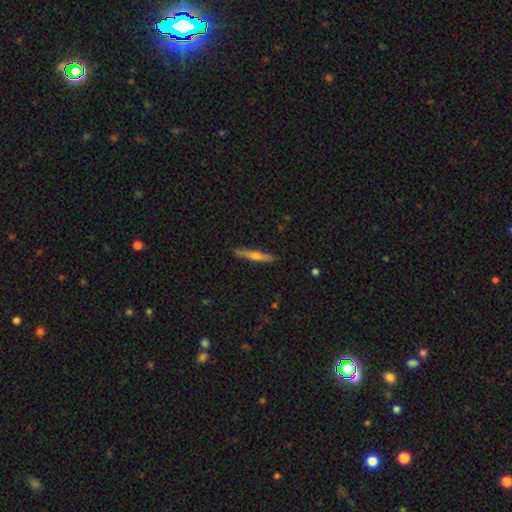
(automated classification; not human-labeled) Overall: featured or disk (52%; smooth 42%). Edge-on disk: yes (96%). Merging: none (90%).